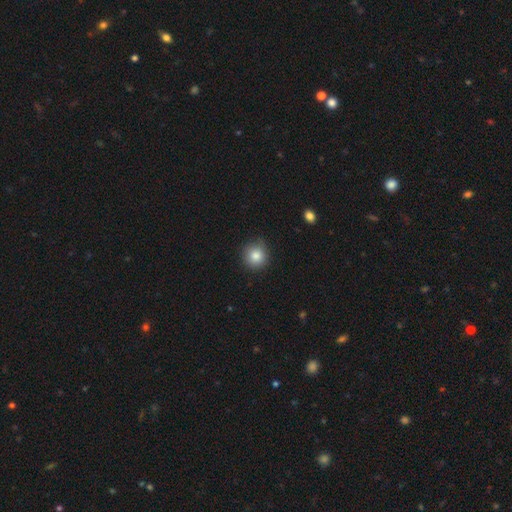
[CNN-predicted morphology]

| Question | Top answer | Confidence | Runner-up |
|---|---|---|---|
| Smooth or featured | smooth | 84% | star or artifact (10%) |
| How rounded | round | 92% | in between (7%) |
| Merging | none | 84% | minor disturbance (12%) |